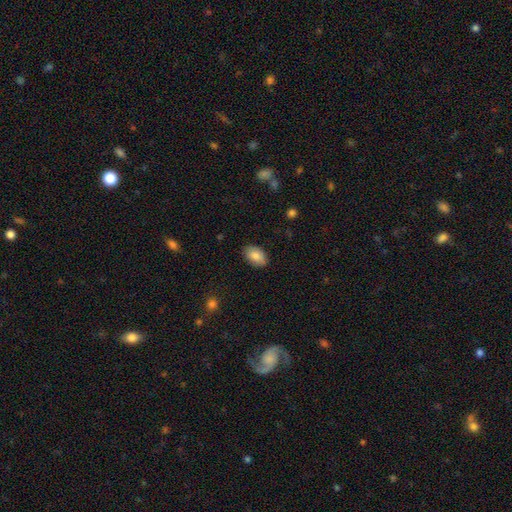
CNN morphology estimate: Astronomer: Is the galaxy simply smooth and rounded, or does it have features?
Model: smooth — 85%.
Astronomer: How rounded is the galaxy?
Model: in between — 91%.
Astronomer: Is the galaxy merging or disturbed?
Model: none — 86%.